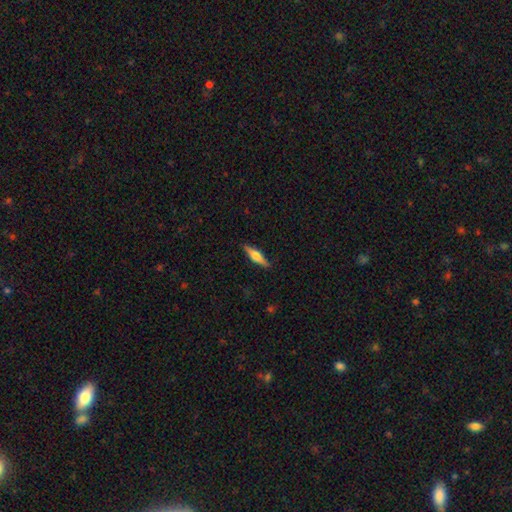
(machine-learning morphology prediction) Smooth or featured: featured or disk — 60% (smooth — 34%)
Edge-on disk: yes — 96% (no — 4%)
Edge-on bulge: rounded — 91% (boxy — 6%)
Merging: none — 89% (minor disturbance — 8%)